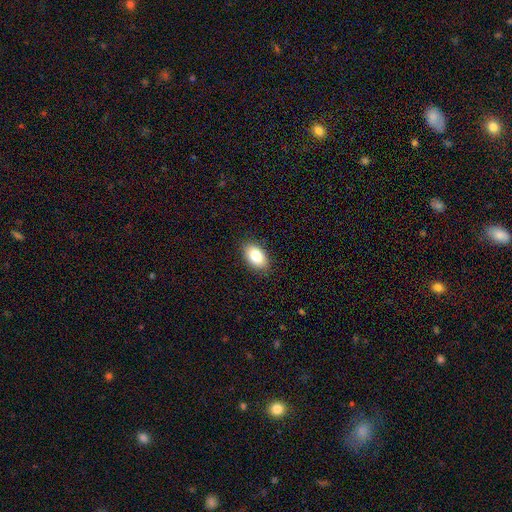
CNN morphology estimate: This appears to be a smooth galaxy with no disk features (82%) that is in between round and cigar-shaped (91%). Merging: none (88%).